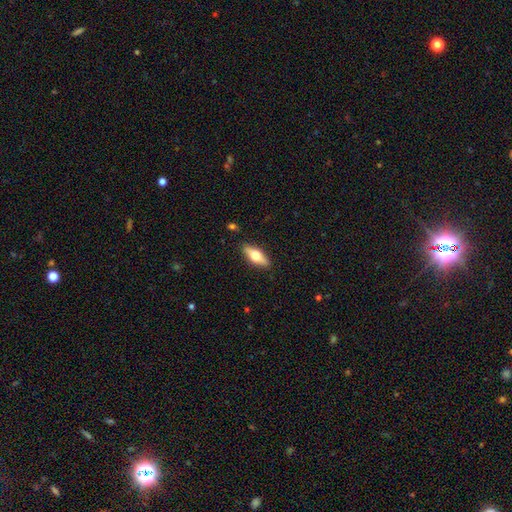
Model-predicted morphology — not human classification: Smooth or featured? Predicted: smooth (p=0.56). How rounded? Predicted: in between (p=0.67). Merging? Predicted: none (p=0.88).